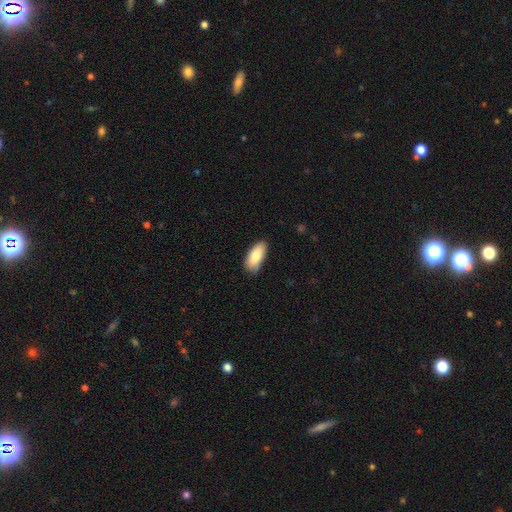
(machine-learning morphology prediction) type=smooth (82%); roundness=in between (88%); merging=none (81%).